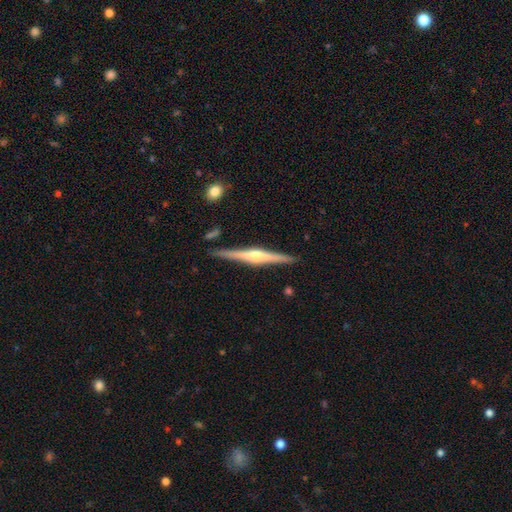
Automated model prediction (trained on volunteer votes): A featured or disk galaxy (79%) viewed edge-on (98%) with a rounded central bulge (89%).

Vote fractions:
- Smooth or featured? featured or disk: 79% / smooth: 16% / star or artifact: 5%
- Edge-on disk? yes: 98% / no: 2%
- Edge-on bulge? rounded: 89% / boxy: 6% / none: 4%
- Merging? none: 90% / minor disturbance: 7% / merger: 2% / major disturbance: 1%